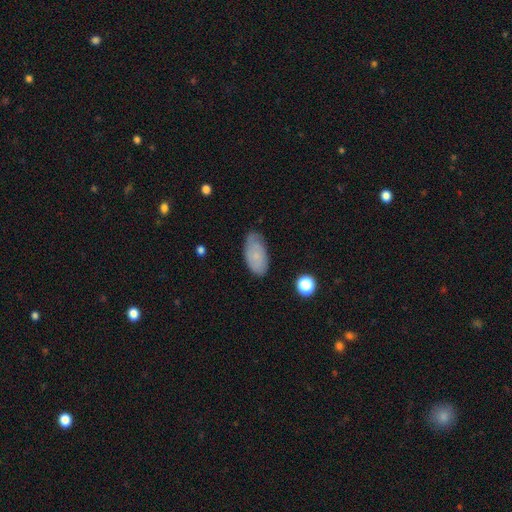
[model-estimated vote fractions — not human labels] Q: Smooth or featured?
A: smooth (63%); runner-up: featured or disk (29%)
Q: How rounded?
A: in between (93%); runner-up: round (4%)
Q: Merging?
A: none (67%); runner-up: minor disturbance (26%)